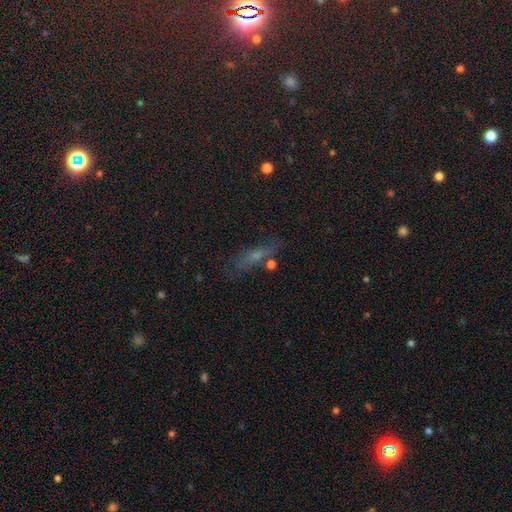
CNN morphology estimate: Smooth or featured: smooth — 43% (featured or disk — 33%)
Merging: none — 70% (minor disturbance — 17%)